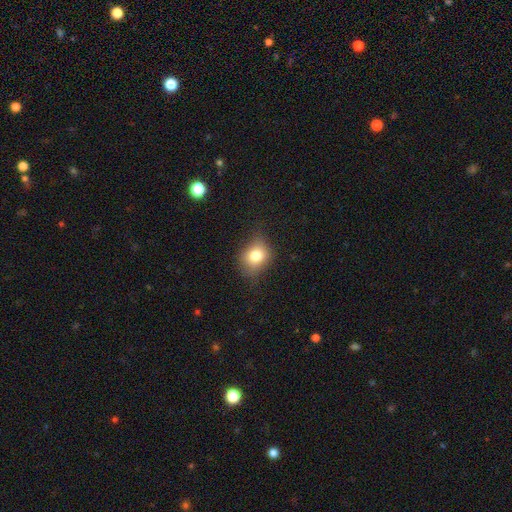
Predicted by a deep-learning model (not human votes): The model was most divided on "how rounded": round: 53%, in between: 46%, cigar-shaped: 1%. More confident: smooth or featured — smooth (78%); merging — none (66%).